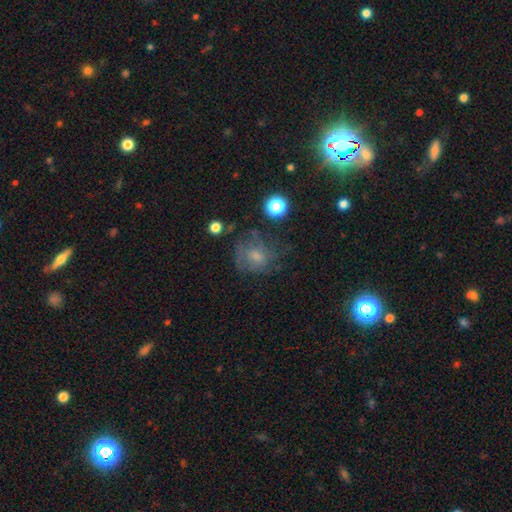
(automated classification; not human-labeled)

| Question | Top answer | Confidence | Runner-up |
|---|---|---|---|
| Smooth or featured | featured or disk | 43% | smooth (42%) |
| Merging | none | 51% | minor disturbance (23%) |